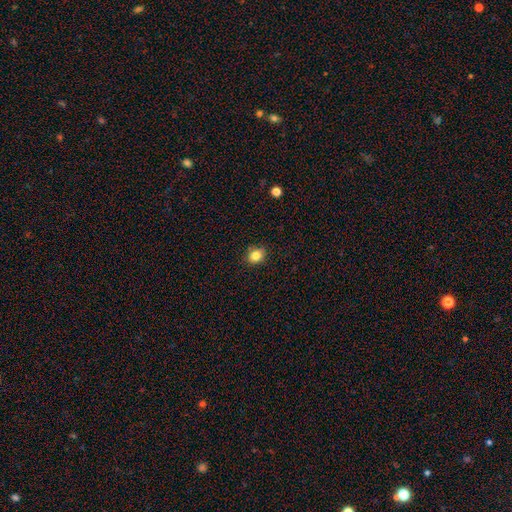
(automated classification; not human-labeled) smooth_or_featured: smooth (p=0.84) [alt: star or artifact p=0.11]
how_rounded: round (p=0.56) [alt: in between p=0.43]
merging: none (p=0.84) [alt: minor disturbance p=0.12]